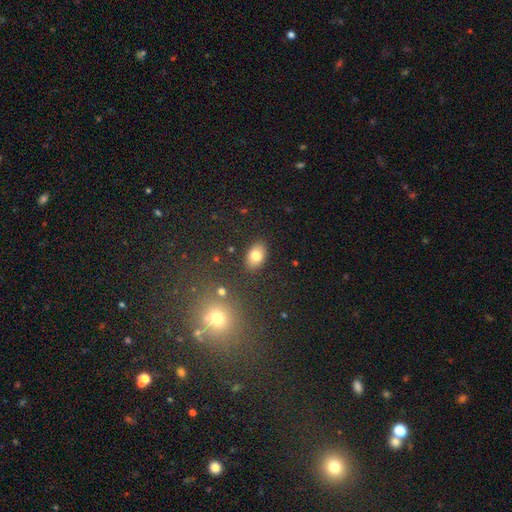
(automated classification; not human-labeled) Morphology: type=smooth (79%); roundness=in between (86%); merging=none (86%).